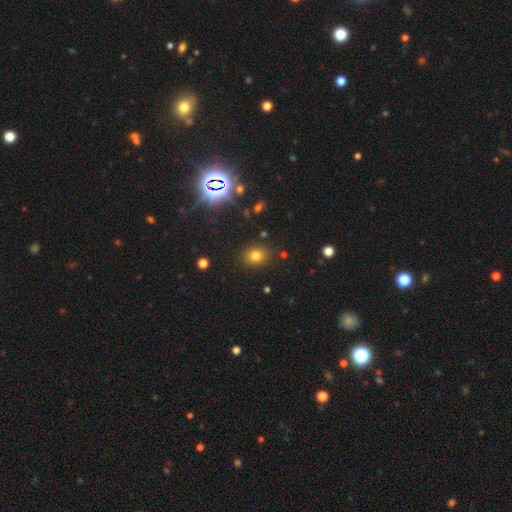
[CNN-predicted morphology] Q: Smooth or featured?
A: smooth (76%); runner-up: star or artifact (17%)
Q: How rounded?
A: round (53%); runner-up: in between (46%)
Q: Merging?
A: none (86%); runner-up: minor disturbance (9%)